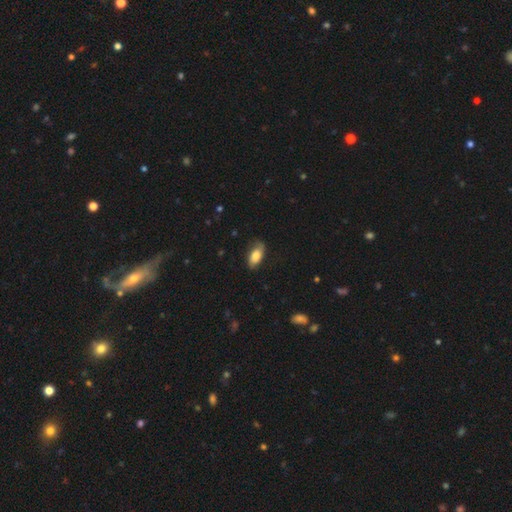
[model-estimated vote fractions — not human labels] This appears to be a smooth galaxy with no disk features (73%) that is in between round and cigar-shaped (90%). Merging: none (73%).